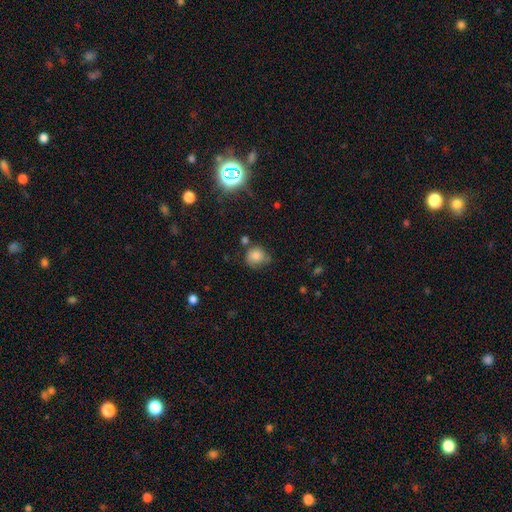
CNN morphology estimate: smooth_or_featured: smooth (p=0.79) [alt: star or artifact p=0.11]
how_rounded: round (p=0.84) [alt: in between p=0.15]
merging: none (p=0.59) [alt: minor disturbance p=0.25]